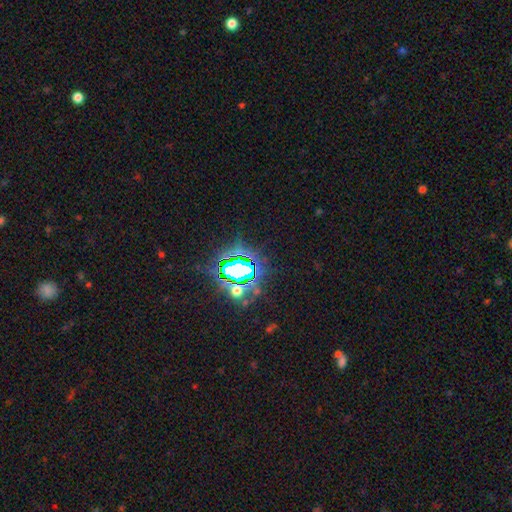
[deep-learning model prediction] Overall: star or artifact (83%).